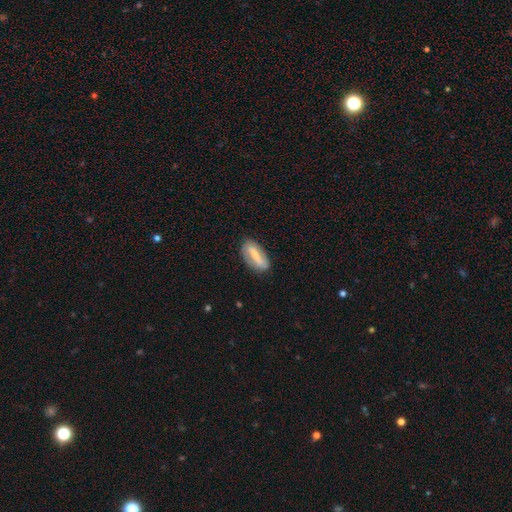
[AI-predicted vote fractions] Smooth or featured? Predicted: smooth (p=0.51). How rounded? Predicted: in between (p=0.74). Merging? Predicted: none (p=0.78).